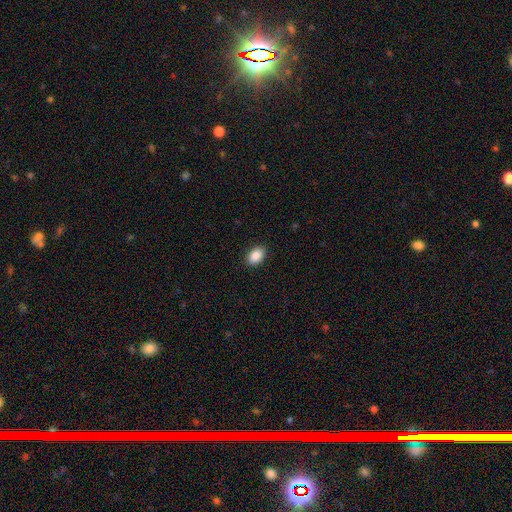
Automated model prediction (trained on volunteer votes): Morphology: type=smooth (89%); roundness=in between (87%); merging=none (89%).